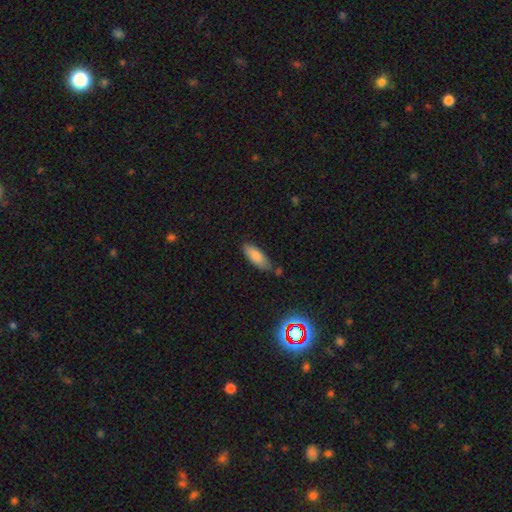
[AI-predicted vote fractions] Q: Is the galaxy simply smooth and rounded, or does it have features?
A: smooth — 82%.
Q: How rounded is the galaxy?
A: in between — 68%.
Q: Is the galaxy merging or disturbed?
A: none — 72%.